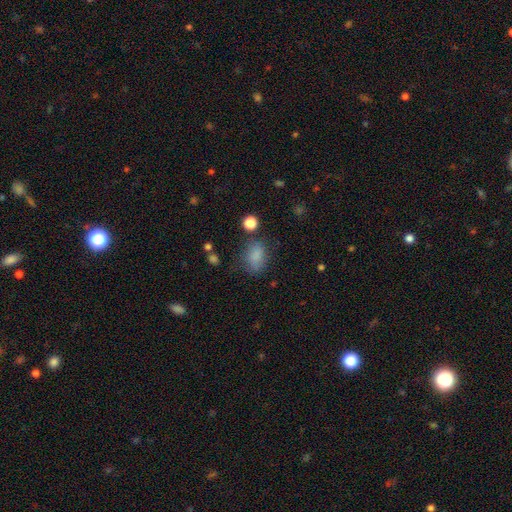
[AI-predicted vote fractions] This is clearly a smooth galaxy (82%). How rounded: likely in between (77%). Merging: likely none (65%).